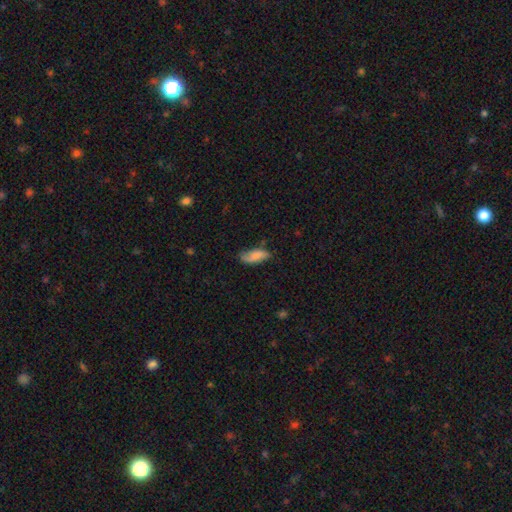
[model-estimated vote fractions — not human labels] smooth 78%, featured or disk 15%, star or artifact 7%. Down the decision tree: how rounded — in between (79%); merging — none (63%).